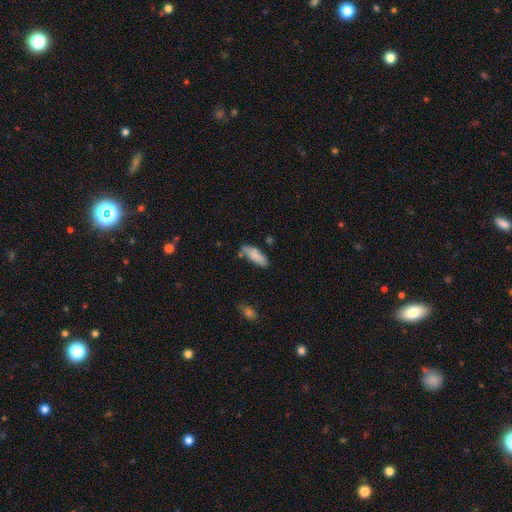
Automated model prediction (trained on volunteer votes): smooth-or-featured: smooth: 84% | featured or disk: 9% | star or artifact: 7%
  how-rounded: in between: 59% | cigar-shaped: 39% | round: 2%
  merging: none: 69% | minor disturbance: 21% | merger: 6% | major disturbance: 4%